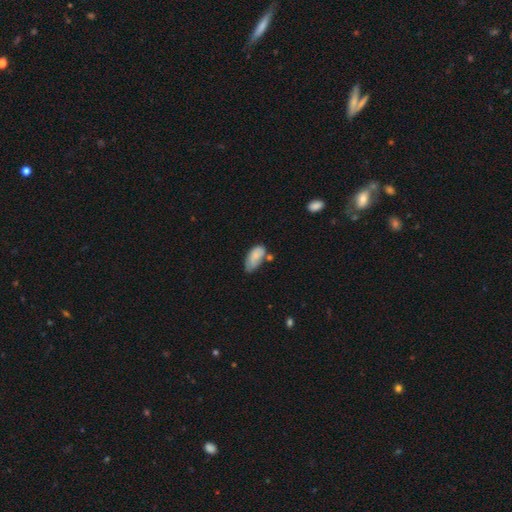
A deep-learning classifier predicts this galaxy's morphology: Overall: smooth (76%). How rounded: in between (92%). Merging: none (40%; minor disturbance 35%).